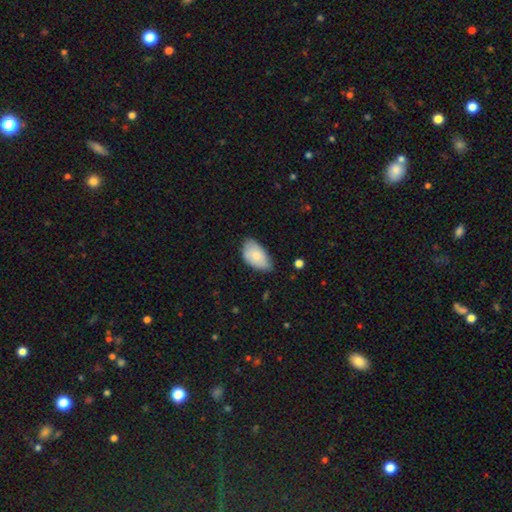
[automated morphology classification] type=smooth (77%); roundness=in between (94%); merging=none (55%).